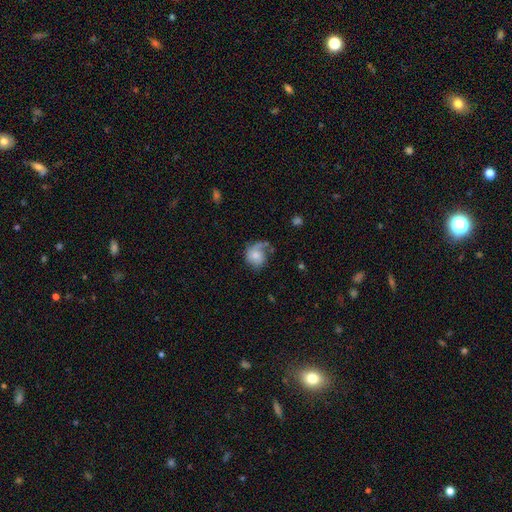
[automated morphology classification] smooth-or-featured: smooth: 48% | featured or disk: 44% | star or artifact: 8%
  merging: none: 42% | minor disturbance: 27% | major disturbance: 26% | merger: 5%